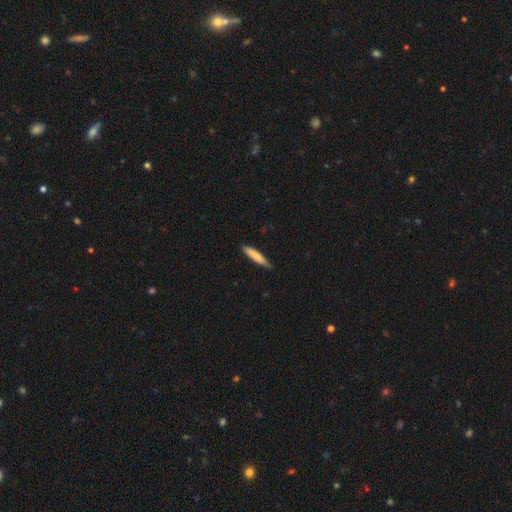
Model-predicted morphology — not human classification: Overall: smooth (76%). How rounded: cigar-shaped (88%). Merging: none (84%).